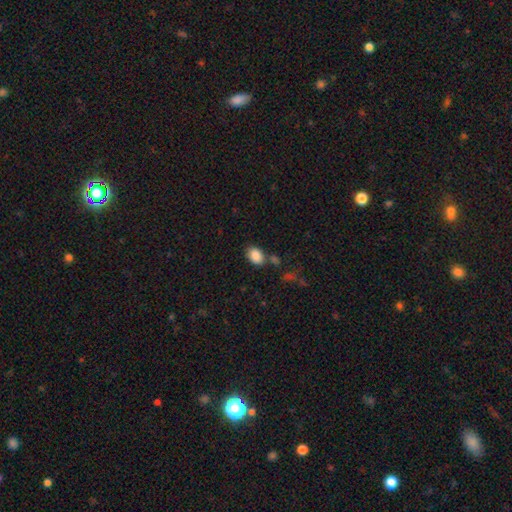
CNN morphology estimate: Smooth or featured? smooth (88%)
How rounded? in between (79%)
Merging? none (70%)